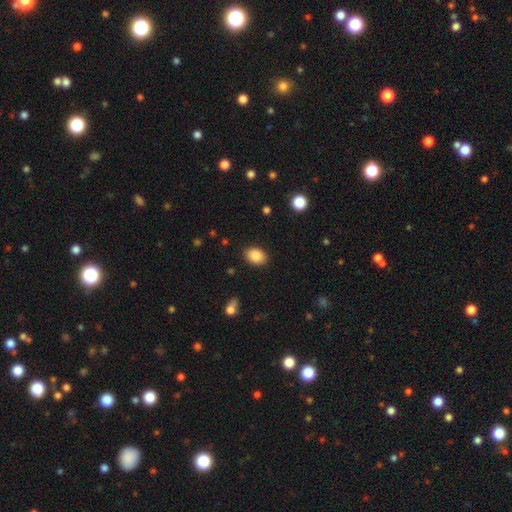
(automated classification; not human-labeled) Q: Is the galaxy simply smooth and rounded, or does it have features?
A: smooth — 88%.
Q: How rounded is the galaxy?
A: in between — 71%.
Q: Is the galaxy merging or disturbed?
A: none — 87%.